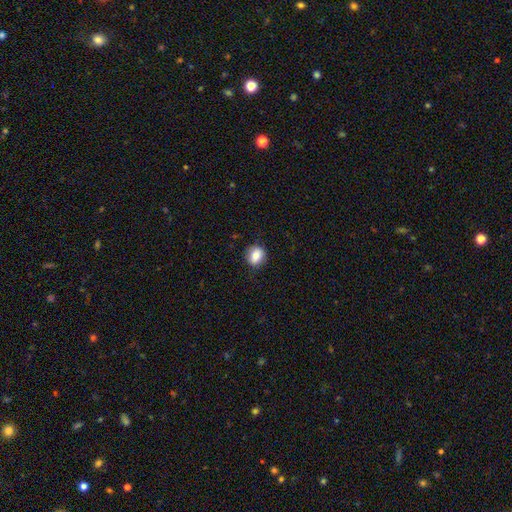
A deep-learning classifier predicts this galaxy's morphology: This is likely a smooth galaxy (79%). How rounded: likely round (66%). Merging: clearly none (84%).